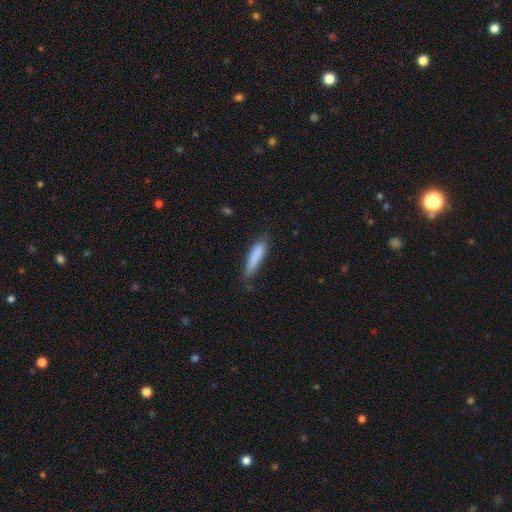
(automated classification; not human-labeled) Smooth or featured? smooth (84%)
How rounded? cigar-shaped (77%)
Merging? none (66%)